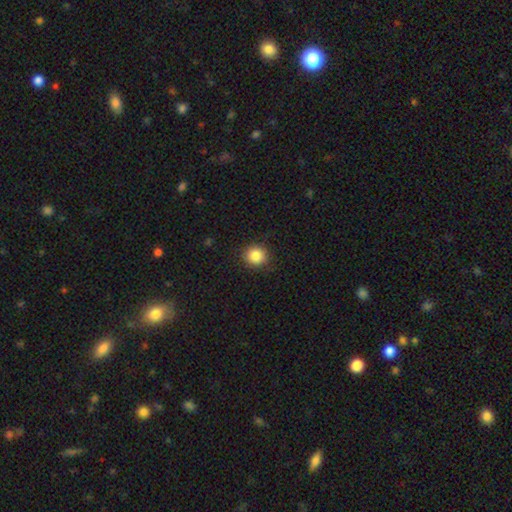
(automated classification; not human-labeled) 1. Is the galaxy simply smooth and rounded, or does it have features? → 86% smooth, 9% star or artifact, 5% featured or disk.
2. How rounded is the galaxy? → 90% round, 9% in between, 1% cigar-shaped.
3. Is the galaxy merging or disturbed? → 89% none, 8% minor disturbance, 2% major disturbance, 1% merger.